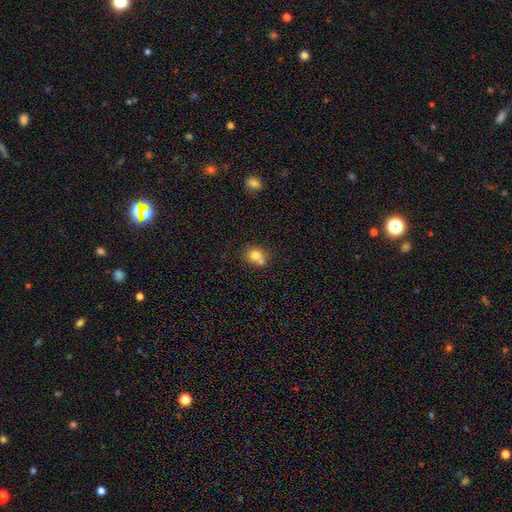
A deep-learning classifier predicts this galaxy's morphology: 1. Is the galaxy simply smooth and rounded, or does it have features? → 77% smooth, 12% featured or disk, 11% star or artifact.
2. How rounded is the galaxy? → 70% round, 29% in between, 1% cigar-shaped.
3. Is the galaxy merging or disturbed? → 45% none, 39% merger, 12% minor disturbance, 4% major disturbance.